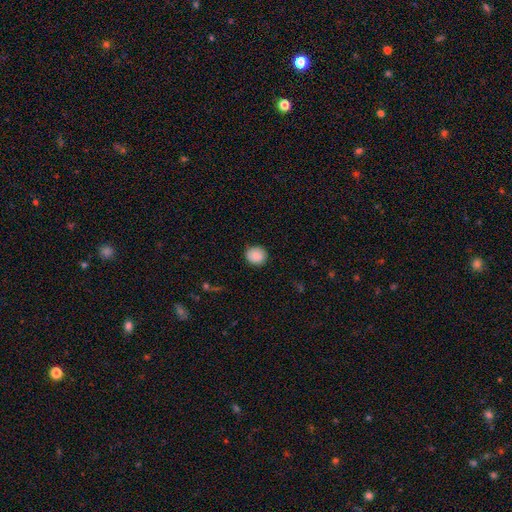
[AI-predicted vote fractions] smooth 88%, star or artifact 8%, featured or disk 4%. Down the decision tree: how rounded — round (85%); merging — none (87%).